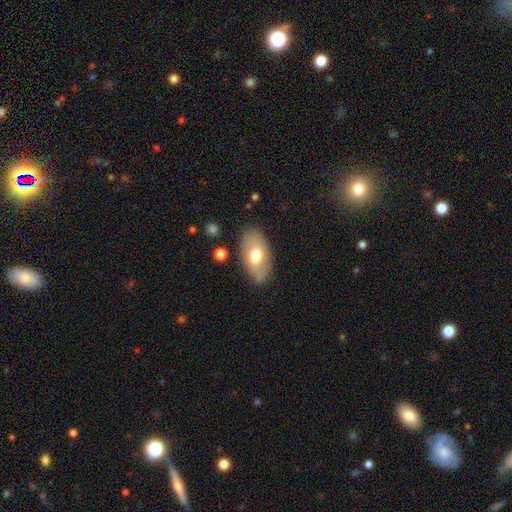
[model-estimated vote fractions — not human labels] This appears to be a smooth galaxy with no disk features (62%) that is in between round and cigar-shaped (93%). Merging: none (79%).